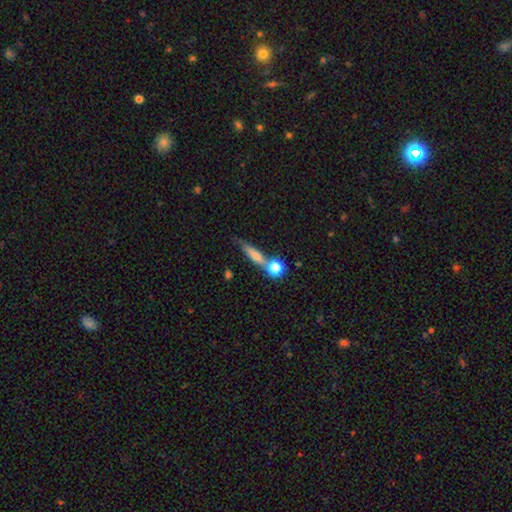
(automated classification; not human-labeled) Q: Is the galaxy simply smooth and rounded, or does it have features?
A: smooth — 61%.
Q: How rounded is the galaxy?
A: cigar-shaped — 63%.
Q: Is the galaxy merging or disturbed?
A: none — 53%.